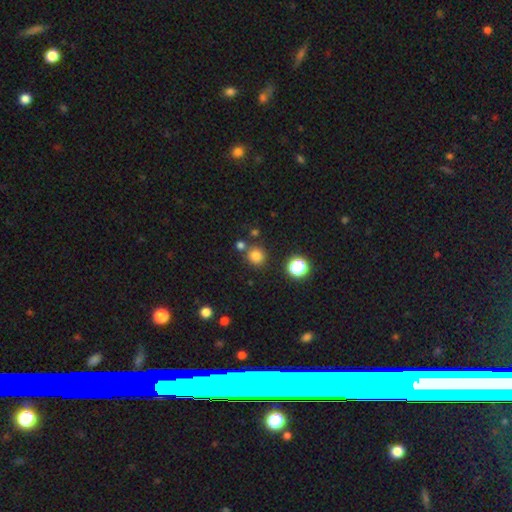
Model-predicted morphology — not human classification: This appears to be a smooth galaxy with no disk features (79%) that is round (92%). Merging: none (78%).